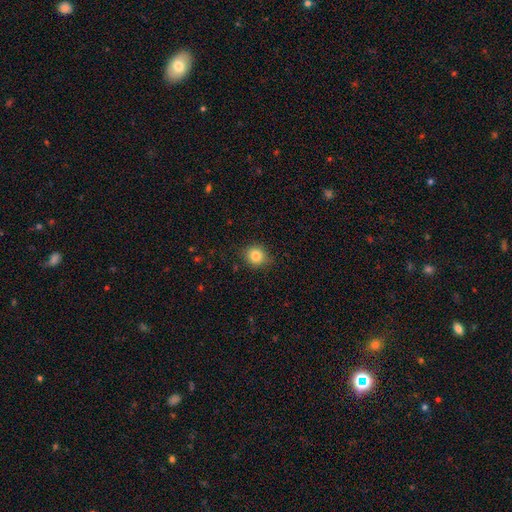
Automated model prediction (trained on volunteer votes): A smooth galaxy with no disk features (83%) that is round (81%).

Vote fractions:
- Smooth or featured? smooth: 83% / star or artifact: 11% / featured or disk: 6%
- How rounded? round: 81% / in between: 18% / cigar-shaped: 1%
- Merging? none: 84% / minor disturbance: 12% / major disturbance: 3% / merger: 1%